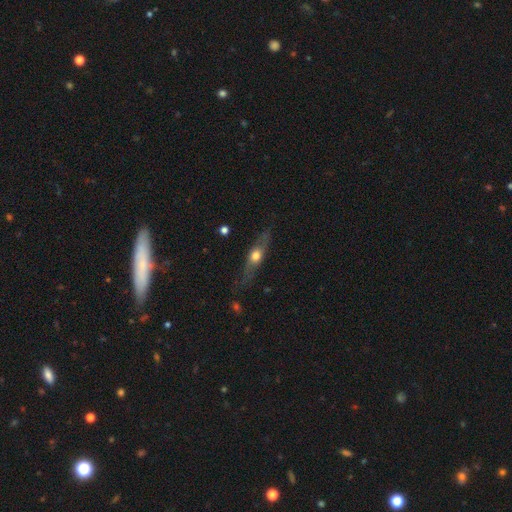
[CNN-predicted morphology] Smooth or featured? featured or disk (57%)
Edge-on disk? yes (81%)
Merging? none (75%)